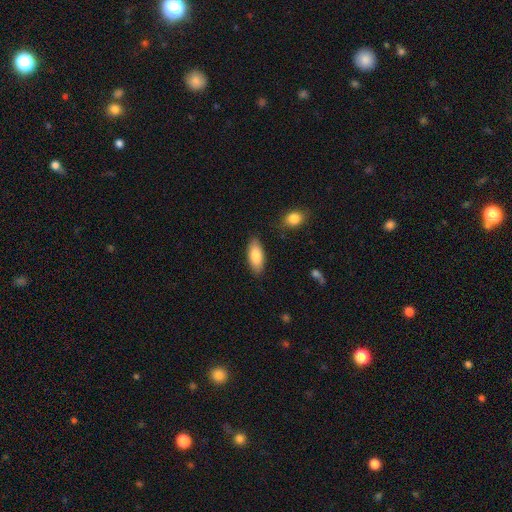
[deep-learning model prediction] This is clearly a smooth galaxy (84%). How rounded: clearly in between (82%). Merging: clearly none (85%).